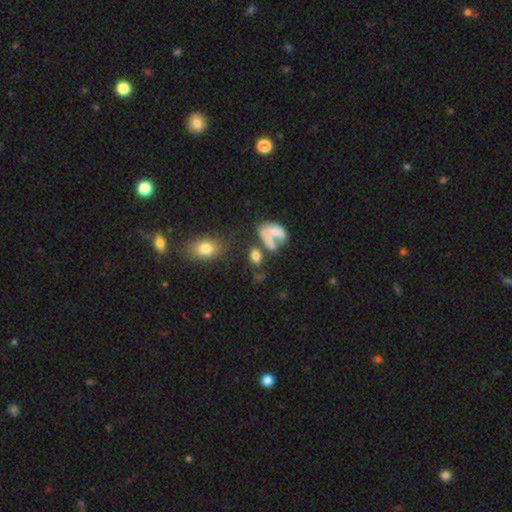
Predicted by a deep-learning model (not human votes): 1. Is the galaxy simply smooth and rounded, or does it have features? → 70% smooth, 18% featured or disk, 12% star or artifact.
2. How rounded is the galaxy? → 79% in between, 17% round, 3% cigar-shaped.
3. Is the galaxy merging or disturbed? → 39% none, 34% merger, 14% minor disturbance, 13% major disturbance.